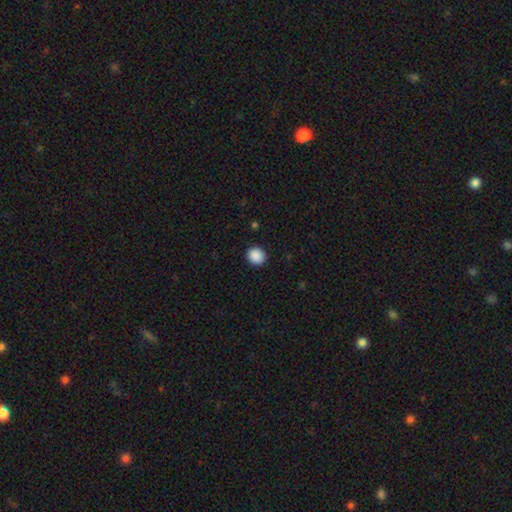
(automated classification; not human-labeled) smooth_or_featured: smooth (p=0.90) [alt: star or artifact p=0.08]
how_rounded: round (p=0.82) [alt: in between p=0.17]
merging: none (p=0.91) [alt: minor disturbance p=0.06]